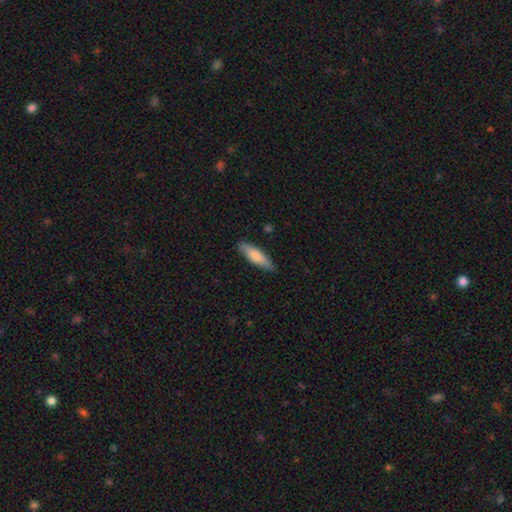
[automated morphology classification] type=smooth (77%); roundness=cigar-shaped (66%); merging=none (87%).